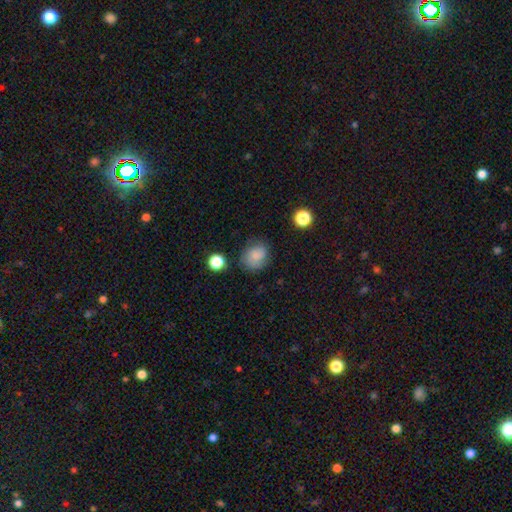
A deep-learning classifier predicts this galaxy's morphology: Smooth or featured? Predicted: smooth (p=0.81). How rounded? Predicted: round (p=0.62). Merging? Predicted: none (p=0.68).